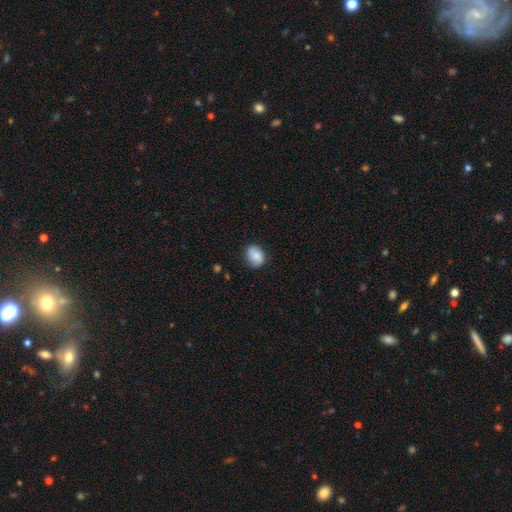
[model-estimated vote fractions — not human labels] A smooth galaxy with no disk features (78%) that is round (52%).

Vote fractions:
- Smooth or featured? smooth: 78% / featured or disk: 14% / star or artifact: 8%
- How rounded? round: 52% / in between: 47% / cigar-shaped: 1%
- Merging? none: 76% / minor disturbance: 19% / major disturbance: 4% / merger: 1%